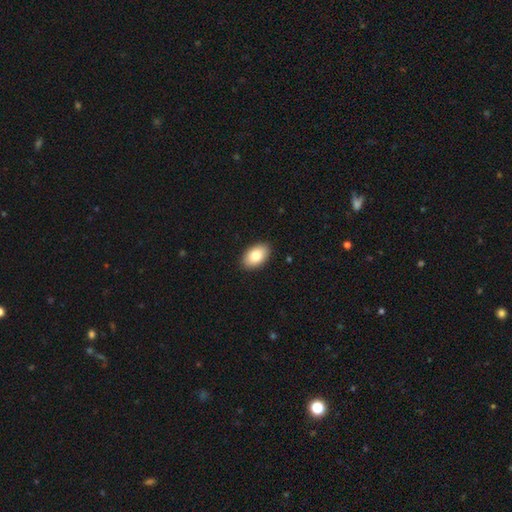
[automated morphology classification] smooth 85%, featured or disk 9%, star or artifact 6%. Down the decision tree: how rounded — in between (94%); merging — none (90%).